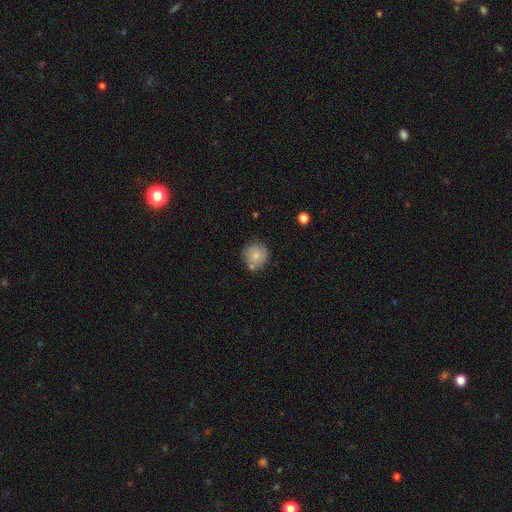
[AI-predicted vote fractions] A smooth galaxy with no disk features (69%) that is round (91%).

Vote fractions:
- Smooth or featured? smooth: 69% / featured or disk: 23% / star or artifact: 8%
- How rounded? round: 91% / in between: 8% / cigar-shaped: 1%
- Merging? none: 72% / minor disturbance: 16% / merger: 9% / major disturbance: 4%